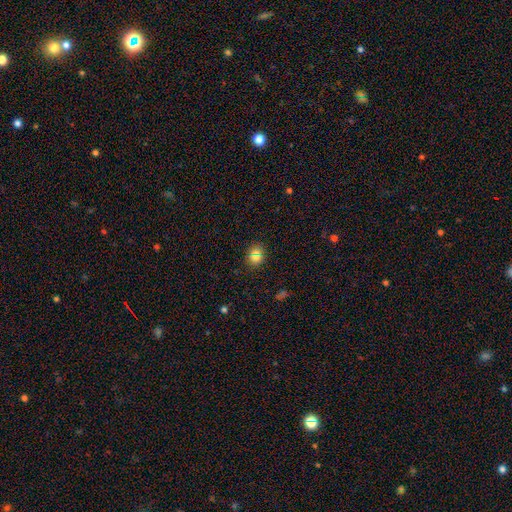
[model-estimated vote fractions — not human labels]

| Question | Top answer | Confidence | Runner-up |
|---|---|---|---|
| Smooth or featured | smooth | 71% | star or artifact (21%) |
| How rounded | round | 73% | in between (26%) |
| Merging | none | 86% | minor disturbance (8%) |